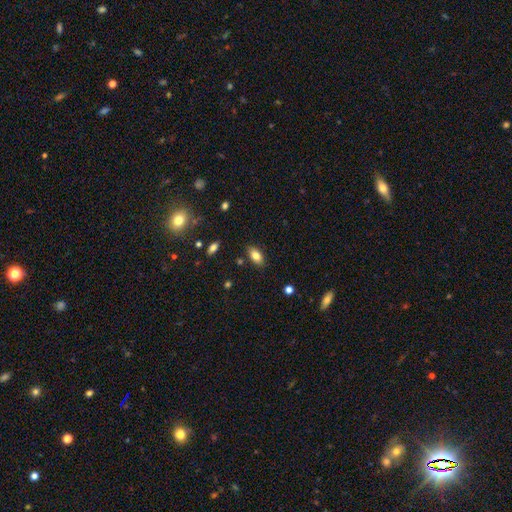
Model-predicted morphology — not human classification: This is clearly a smooth galaxy (81%). How rounded: clearly in between (90%). Merging: clearly none (84%).